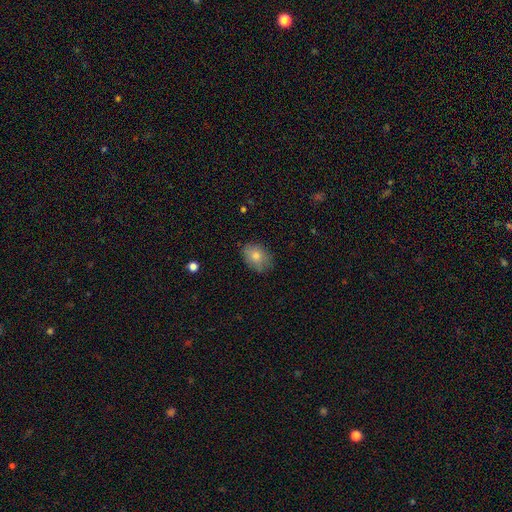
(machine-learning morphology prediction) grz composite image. It shows a smooth galaxy with no disk features (77%) that is in between round and cigar-shaped (73%). Merging: none (80%).